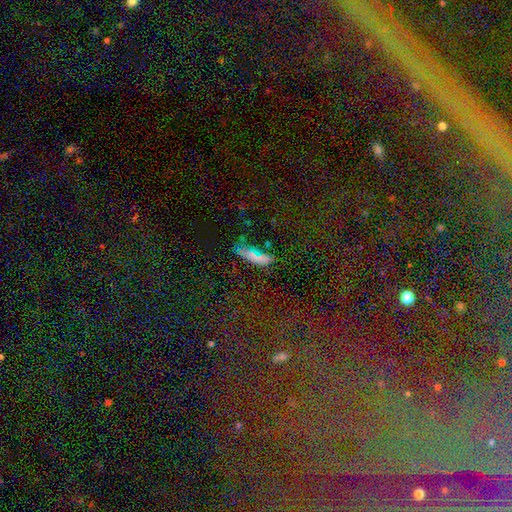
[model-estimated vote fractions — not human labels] A smooth galaxy with no disk features (67%) that is cigar-shaped (54%). Merging: none (53%).